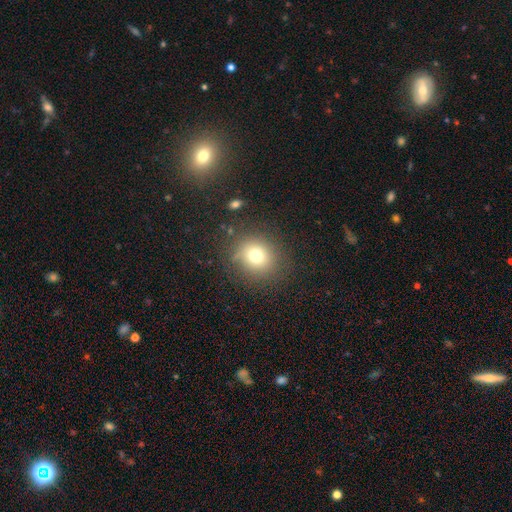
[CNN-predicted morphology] type=smooth (73%); roundness=round (80%); merging=none (81%).